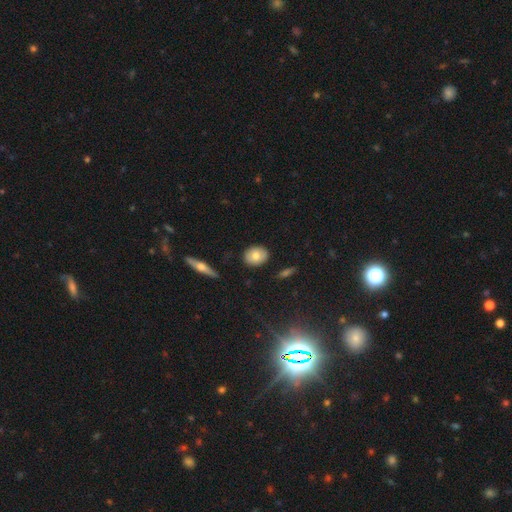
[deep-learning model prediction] Smooth or featured: smooth — 72% (featured or disk — 21%)
How rounded: in between — 55% (round — 42%)
Merging: none — 87% (minor disturbance — 9%)